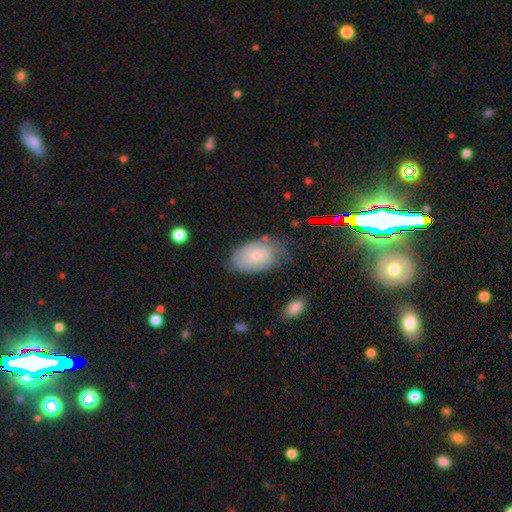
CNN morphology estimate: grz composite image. It shows a smooth galaxy with no disk features (60%) that is in between round and cigar-shaped (91%). Merging: none (60%).